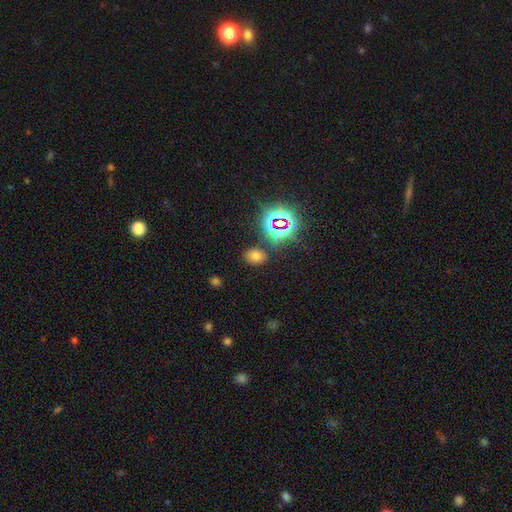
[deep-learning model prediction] Q: Smooth or featured?
A: smooth (61%); runner-up: star or artifact (31%)
Q: How rounded?
A: in between (71%); runner-up: round (28%)
Q: Merging?
A: none (82%); runner-up: minor disturbance (11%)